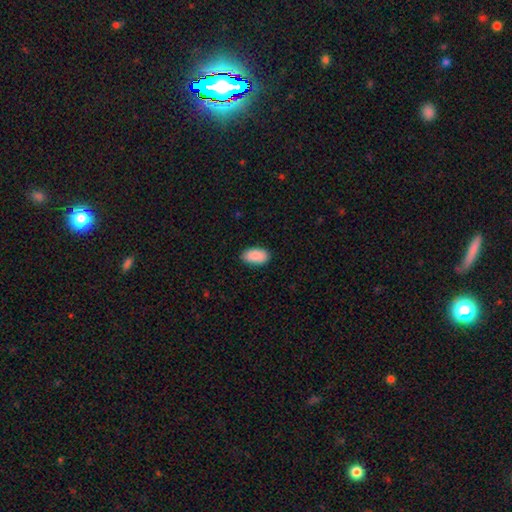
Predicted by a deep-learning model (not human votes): This appears to be a smooth galaxy with no disk features (91%) that is in between round and cigar-shaped (95%). Merging: none (88%).